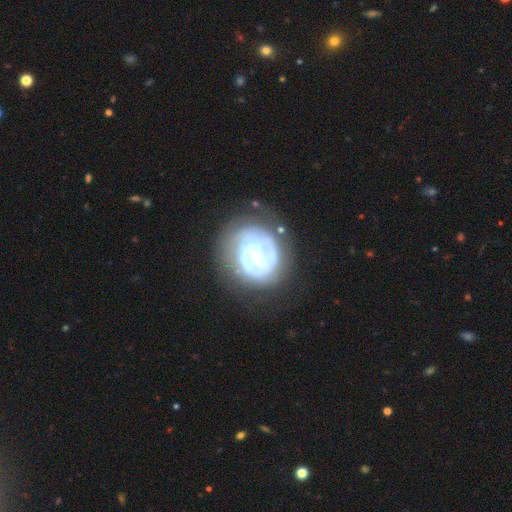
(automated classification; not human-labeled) featured or disk 74%, smooth 19%, star or artifact 7%. Down the decision tree: edge-on disk — no (98%); bar — no (55%); spiral arms — yes (70%); spiral arm count — can't tell (40%); spiral winding — tight (62%); bulge size — moderate (44%, tied with small); merging — none (57%).